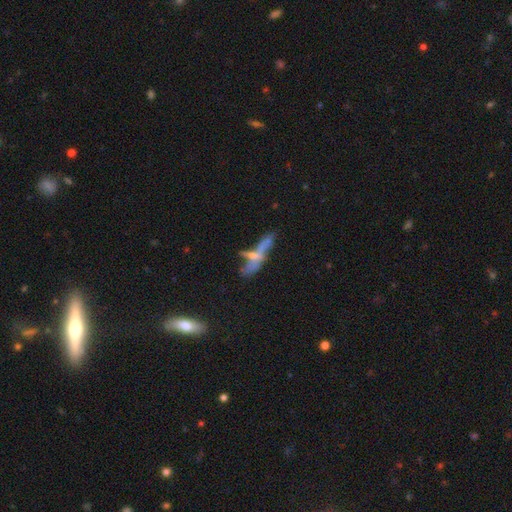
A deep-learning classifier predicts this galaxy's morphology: featured or disk 49%, smooth 37%, star or artifact 14%. Down the decision tree: merging — merger (37%).